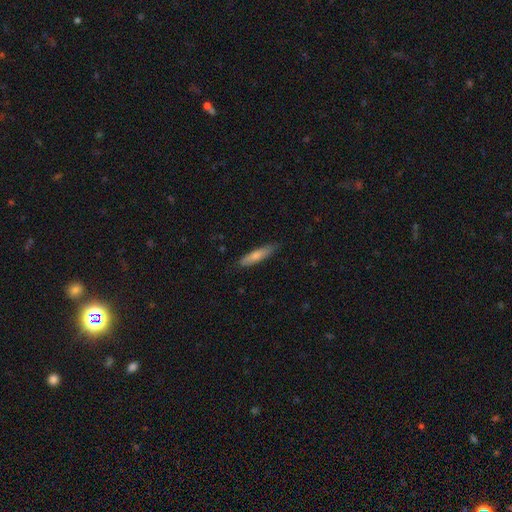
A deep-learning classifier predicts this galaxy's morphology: Smooth or featured? Predicted: smooth (p=0.76). How rounded? Predicted: cigar-shaped (p=0.76). Merging? Predicted: none (p=0.82).